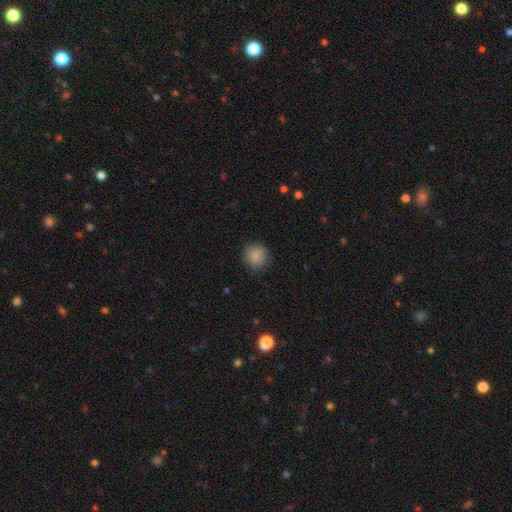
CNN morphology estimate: type=smooth (86%); roundness=round (92%); merging=none (86%).